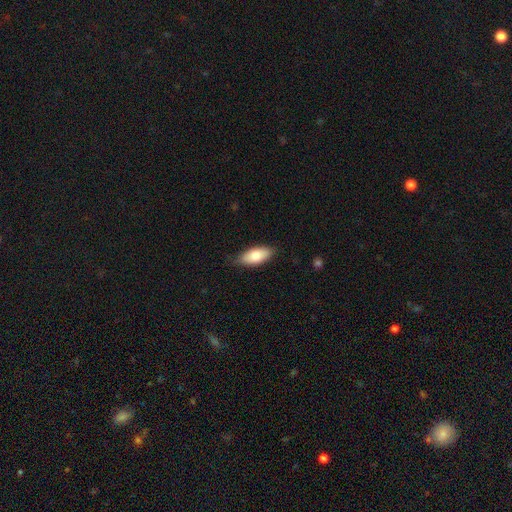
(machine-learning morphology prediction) The model was most divided on "merging": none: 76%, minor disturbance: 20%, major disturbance: 3%, merger: 1%. More confident: how rounded — in between (85%); smooth or featured — smooth (83%).